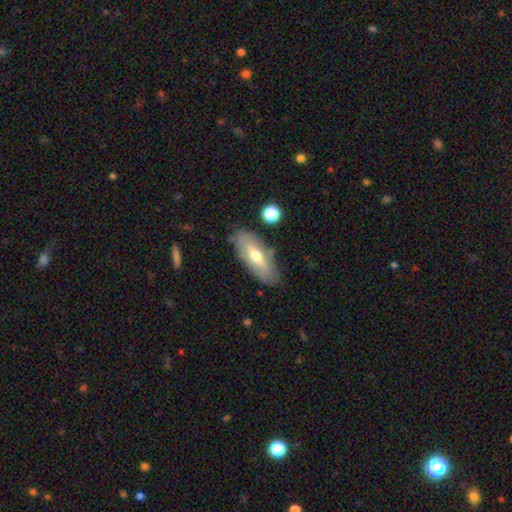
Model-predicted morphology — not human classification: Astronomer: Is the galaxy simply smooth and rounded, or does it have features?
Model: smooth — 51% (runner-up: featured or disk, 42%).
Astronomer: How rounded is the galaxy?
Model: in between — 69%.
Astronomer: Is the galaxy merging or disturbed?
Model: none — 77%.